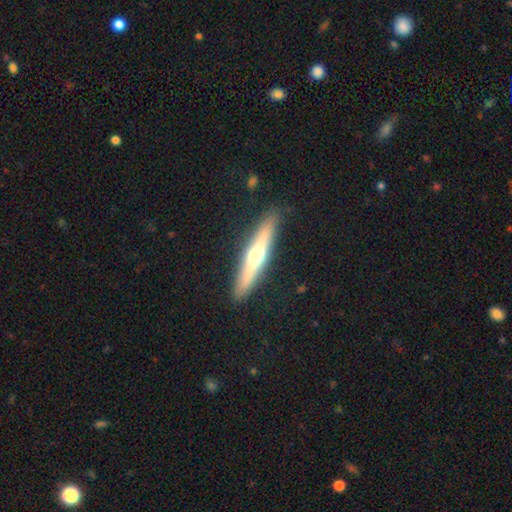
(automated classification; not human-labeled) A featured or disk galaxy (57%) viewed edge-on (95%) with a rounded central bulge (89%).

Vote fractions:
- Smooth or featured? featured or disk: 57% / smooth: 38% / star or artifact: 6%
- Edge-on disk? yes: 95% / no: 5%
- Edge-on bulge? rounded: 89% / none: 7% / boxy: 4%
- Merging? none: 90% / minor disturbance: 7% / major disturbance: 2% / merger: 1%